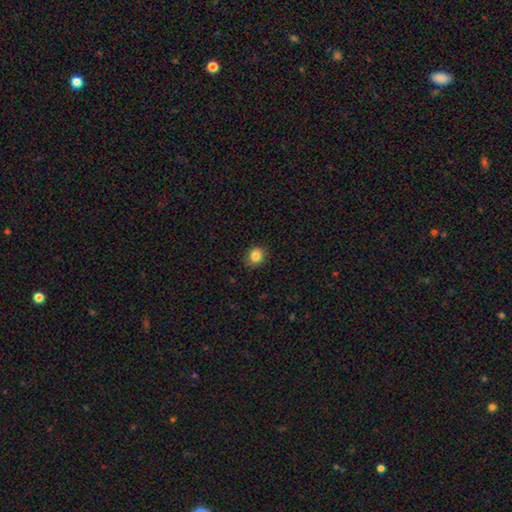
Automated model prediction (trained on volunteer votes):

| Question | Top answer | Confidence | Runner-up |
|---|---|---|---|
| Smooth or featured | smooth | 85% | star or artifact (10%) |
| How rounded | round | 72% | in between (27%) |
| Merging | none | 88% | minor disturbance (9%) |